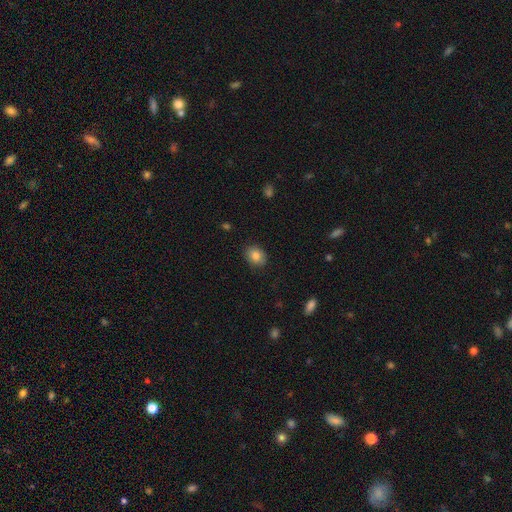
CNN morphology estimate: Smooth or featured? smooth (84%)
How rounded? in between (55%)
Merging? none (88%)